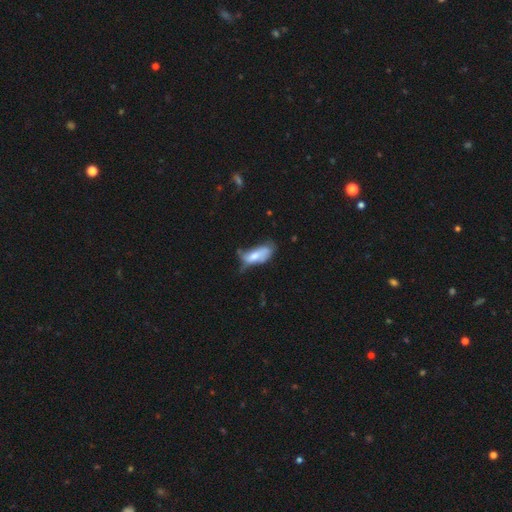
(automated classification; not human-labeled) smooth 63%, featured or disk 28%, star or artifact 8%. Down the decision tree: how rounded — in between (79%); merging — minor disturbance (35%).